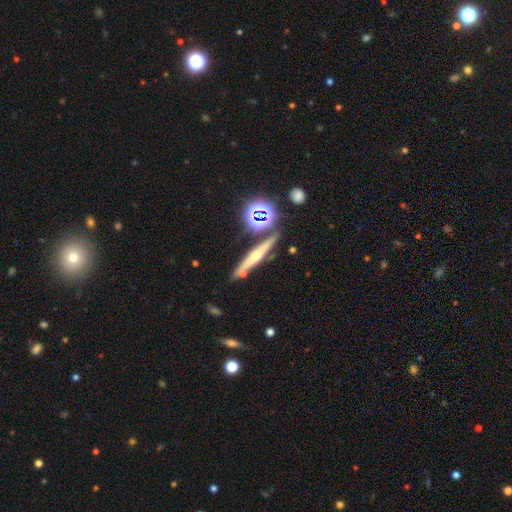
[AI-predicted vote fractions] Smooth or featured? featured or disk (53%)
Edge-on disk? yes (93%)
Merging? none (78%)